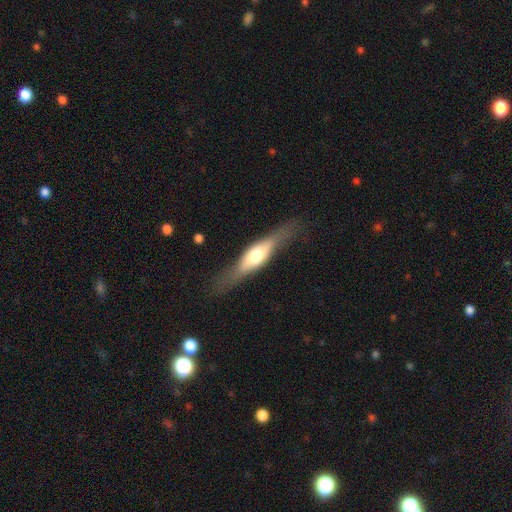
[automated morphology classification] A featured or disk galaxy (60%) viewed edge-on (84%).

Vote fractions:
- Smooth or featured? featured or disk: 60% / smooth: 35% / star or artifact: 6%
- Edge-on disk? yes: 84% / no: 16%
- Merging? none: 74% / minor disturbance: 16% / major disturbance: 8% / merger: 1%